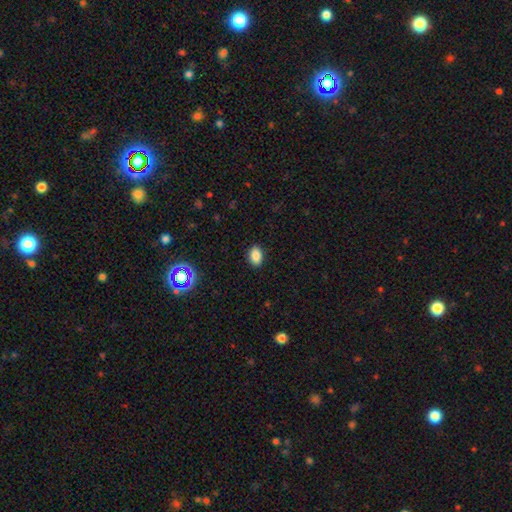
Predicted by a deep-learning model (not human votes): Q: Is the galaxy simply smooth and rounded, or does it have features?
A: smooth — 85%.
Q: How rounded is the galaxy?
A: in between — 81%.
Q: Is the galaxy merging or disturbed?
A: none — 89%.